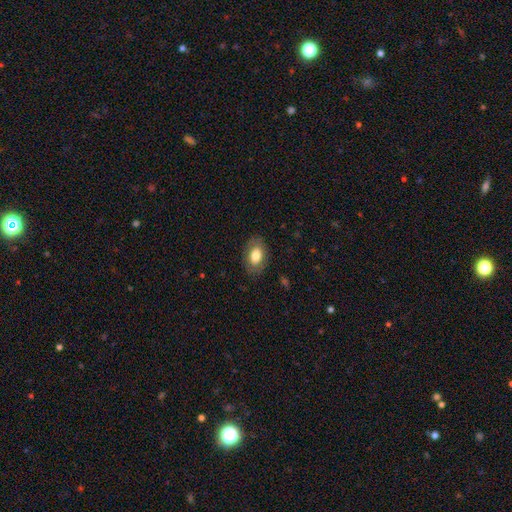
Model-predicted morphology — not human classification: Smooth or featured: smooth — 76% (featured or disk — 18%)
How rounded: in between — 91% (round — 8%)
Merging: none — 83% (minor disturbance — 13%)